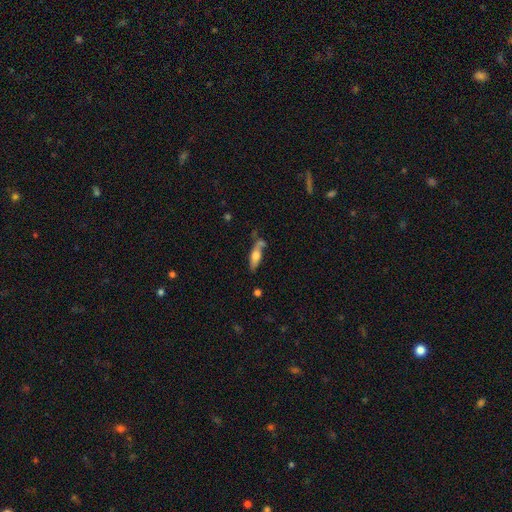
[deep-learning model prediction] A smooth galaxy with no disk features (58%) that is cigar-shaped (54%).

Vote fractions:
- Smooth or featured? smooth: 58% / featured or disk: 35% / star or artifact: 7%
- How rounded? cigar-shaped: 54% / in between: 43% / round: 3%
- Merging? none: 54% / minor disturbance: 21% / merger: 16% / major disturbance: 8%